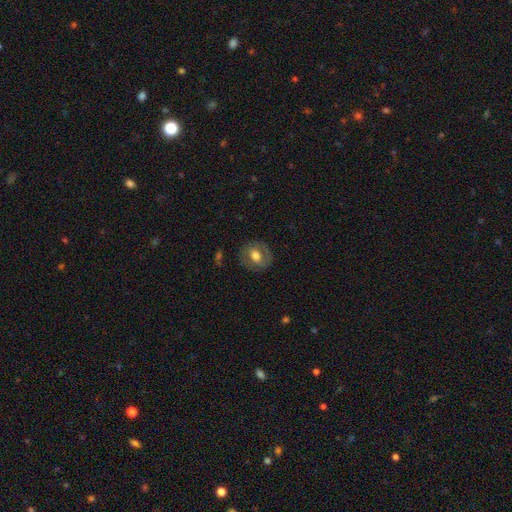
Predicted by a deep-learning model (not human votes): This is possibly a smooth galaxy (52%). How rounded: likely round (64%). Merging: likely none (80%).